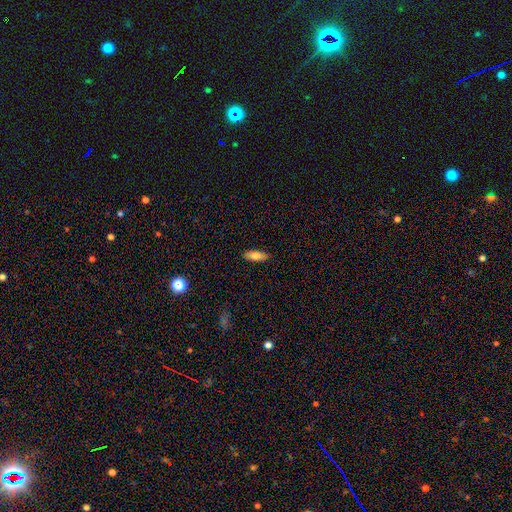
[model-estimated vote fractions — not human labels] Q: Smooth or featured?
A: smooth (76%); runner-up: featured or disk (17%)
Q: How rounded?
A: in between (69%); runner-up: cigar-shaped (29%)
Q: Merging?
A: none (89%); runner-up: minor disturbance (8%)